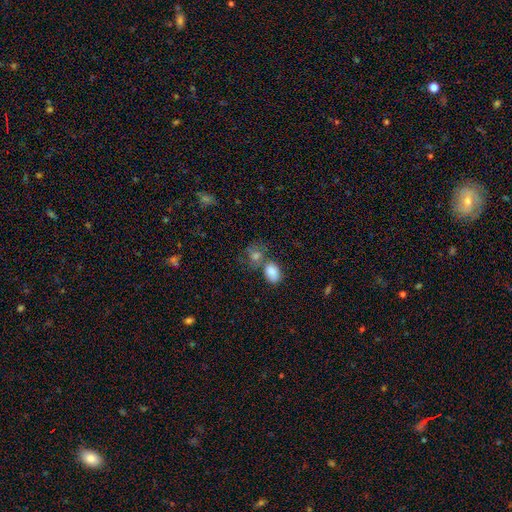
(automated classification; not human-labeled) Overall: smooth (73%). How rounded: in between (57%; round 42%). Merging: none (42%; merger 39%).